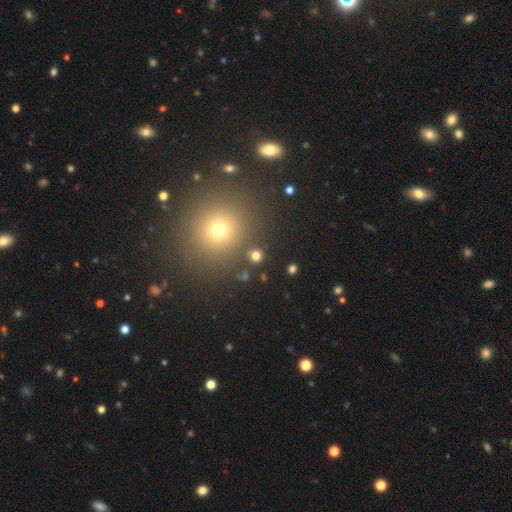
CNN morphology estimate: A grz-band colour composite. It shows a smooth galaxy with no disk features (75%) that is round (87%). Merging: none (84%).